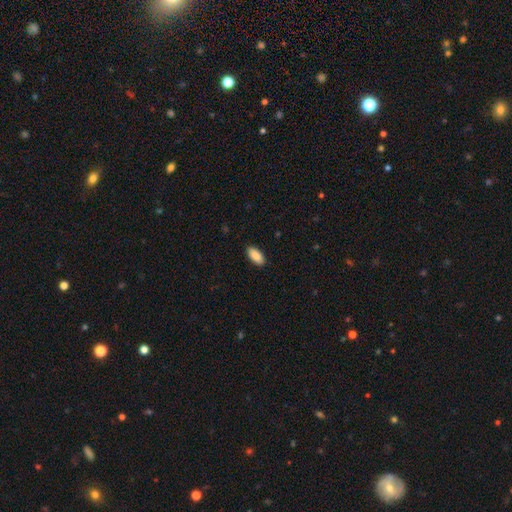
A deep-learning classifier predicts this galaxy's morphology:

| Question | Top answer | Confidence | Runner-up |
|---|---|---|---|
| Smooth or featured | smooth | 88% | star or artifact (6%) |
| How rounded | in between | 91% | cigar-shaped (7%) |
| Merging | none | 90% | minor disturbance (8%) |